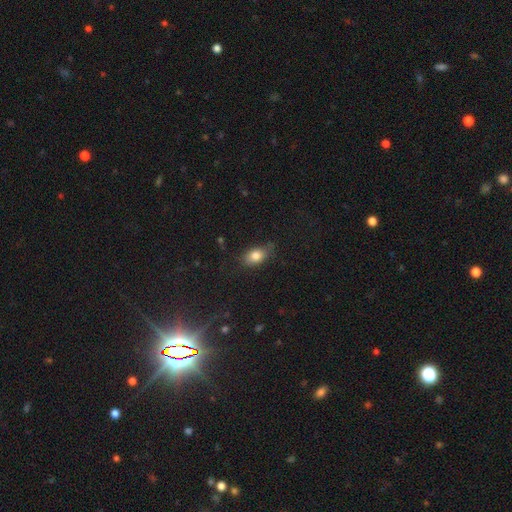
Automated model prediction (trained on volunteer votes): smooth-or-featured: smooth: 81% | featured or disk: 10% | star or artifact: 9%
  how-rounded: in between: 83% | round: 14% | cigar-shaped: 3%
  merging: none: 71% | minor disturbance: 22% | major disturbance: 5% | merger: 2%